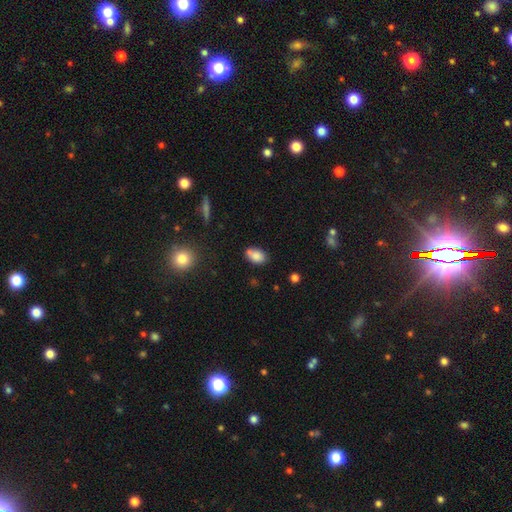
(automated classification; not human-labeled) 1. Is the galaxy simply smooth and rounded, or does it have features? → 81% smooth, 10% star or artifact, 9% featured or disk.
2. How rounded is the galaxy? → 84% in between, 14% round, 2% cigar-shaped.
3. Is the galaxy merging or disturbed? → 57% none, 21% minor disturbance, 17% merger, 5% major disturbance.